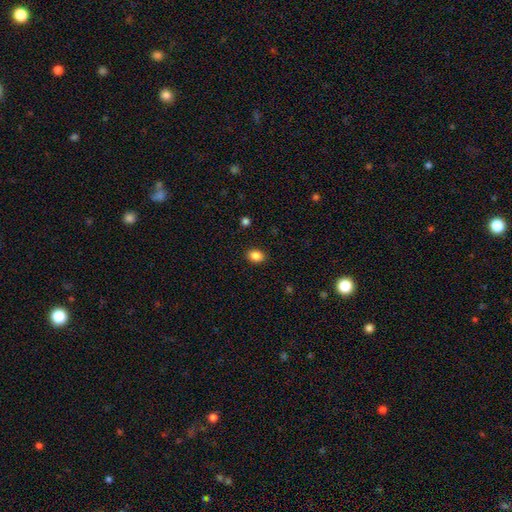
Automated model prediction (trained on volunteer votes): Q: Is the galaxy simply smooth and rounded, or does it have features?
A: smooth — 87%.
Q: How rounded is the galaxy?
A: in between — 67%.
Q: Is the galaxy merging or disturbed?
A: none — 89%.